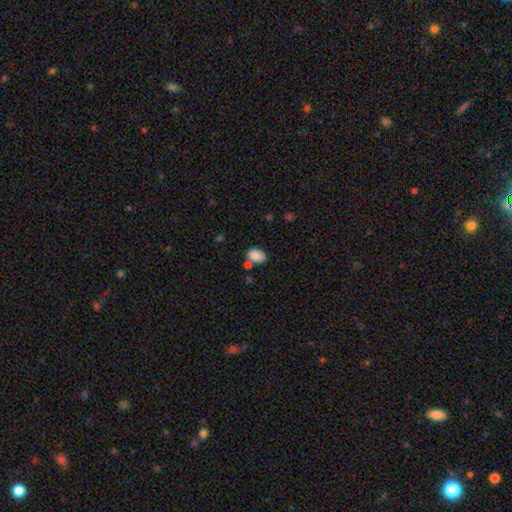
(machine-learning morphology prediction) A smooth galaxy with no disk features (86%) that is in between round and cigar-shaped (82%).

Vote fractions:
- Smooth or featured? smooth: 86% / star or artifact: 8% / featured or disk: 6%
- How rounded? in between: 82% / round: 17% / cigar-shaped: 1%
- Merging? none: 64% / merger: 17% / minor disturbance: 15% / major disturbance: 4%